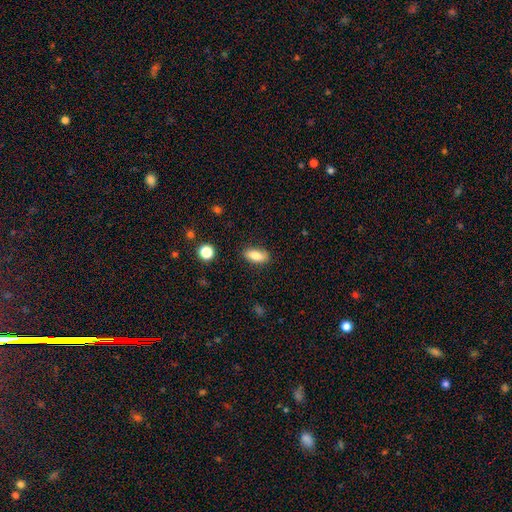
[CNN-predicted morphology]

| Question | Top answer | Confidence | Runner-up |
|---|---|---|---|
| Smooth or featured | smooth | 81% | featured or disk (12%) |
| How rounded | in between | 81% | cigar-shaped (15%) |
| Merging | none | 85% | minor disturbance (11%) |